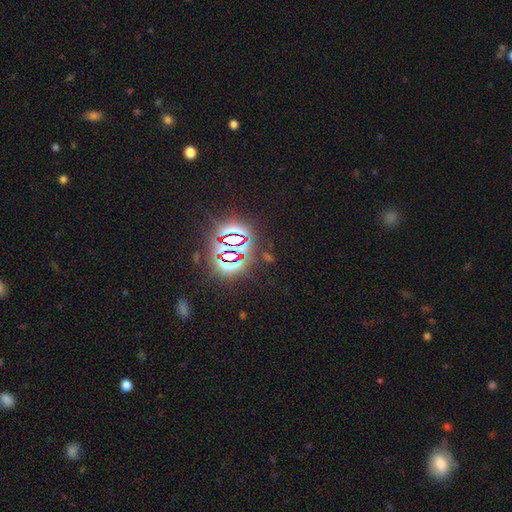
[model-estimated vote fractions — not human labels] Smooth or featured: star or artifact — 81% (smooth — 11%)